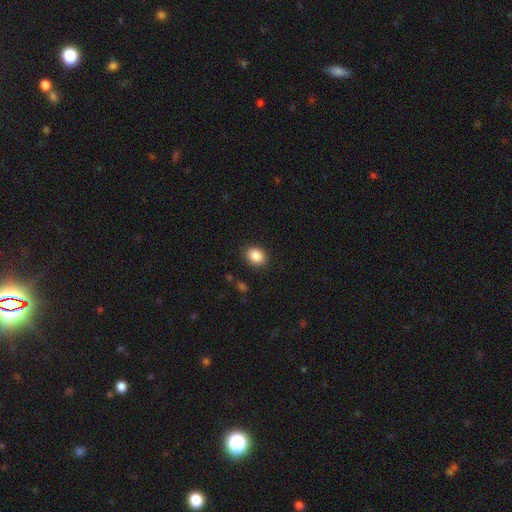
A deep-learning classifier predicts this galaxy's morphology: Overall: smooth (87%). How rounded: in between (53%; round 46%). Merging: none (89%).